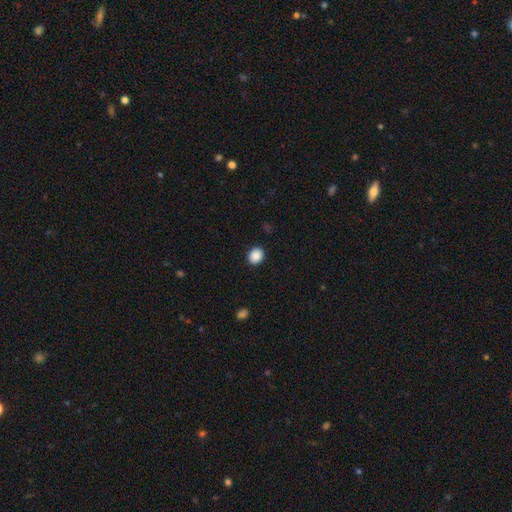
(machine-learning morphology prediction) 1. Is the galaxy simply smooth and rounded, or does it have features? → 89% smooth, 8% star or artifact, 3% featured or disk.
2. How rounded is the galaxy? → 62% round, 37% in between, 1% cigar-shaped.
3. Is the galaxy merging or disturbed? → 91% none, 6% minor disturbance, 2% major disturbance, 1% merger.